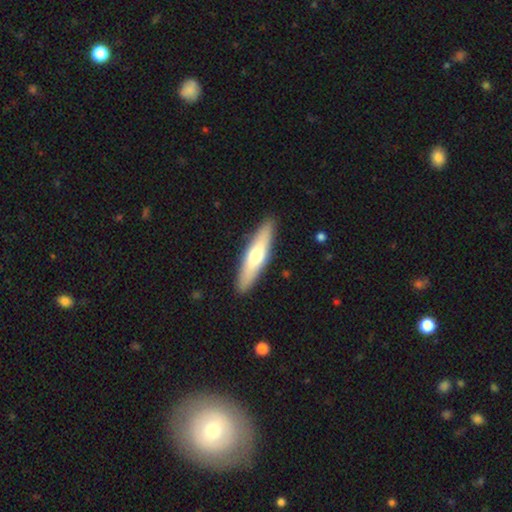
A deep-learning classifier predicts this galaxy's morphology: Smooth or featured: smooth — 56% (featured or disk — 39%)
How rounded: cigar-shaped — 76% (in between — 23%)
Merging: none — 90% (minor disturbance — 7%)